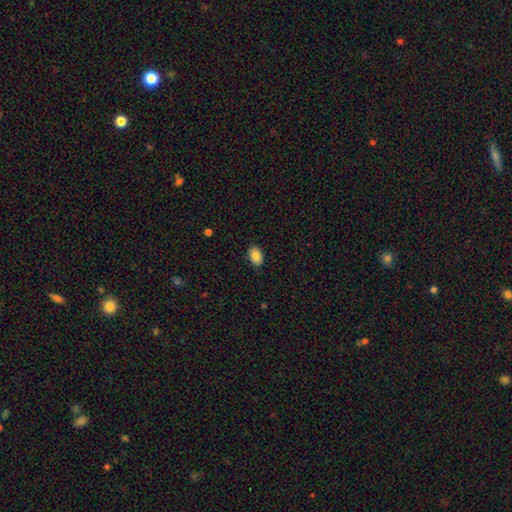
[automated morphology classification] smooth-or-featured: smooth: 83% | featured or disk: 9% | star or artifact: 8%
  how-rounded: in between: 87% | round: 11% | cigar-shaped: 1%
  merging: none: 87% | minor disturbance: 10% | major disturbance: 2% | merger: 1%